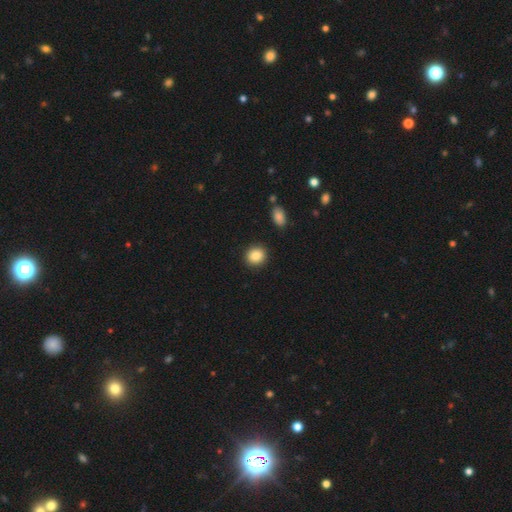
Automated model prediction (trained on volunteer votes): Smooth or featured: smooth — 87% (star or artifact — 8%)
How rounded: round — 80% (in between — 19%)
Merging: none — 90% (minor disturbance — 6%)